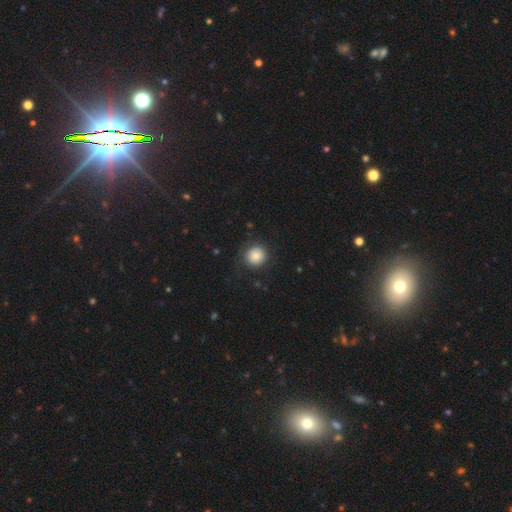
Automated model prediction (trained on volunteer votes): Smooth or featured: smooth — 78% (featured or disk — 13%)
How rounded: round — 93% (in between — 6%)
Merging: none — 79% (minor disturbance — 13%)